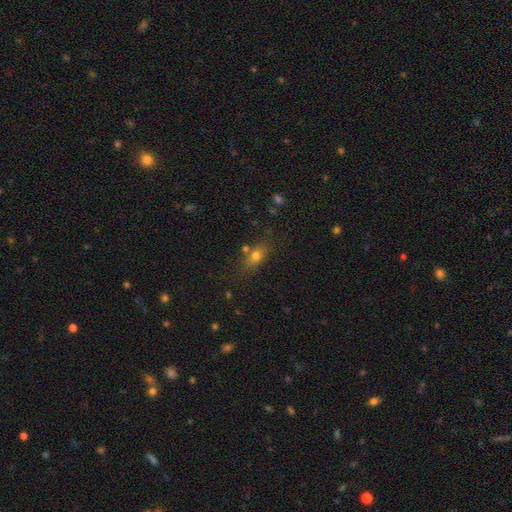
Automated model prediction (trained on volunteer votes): This is likely a smooth galaxy (71%). How rounded: likely in between (67%). Merging: likely none (64%).